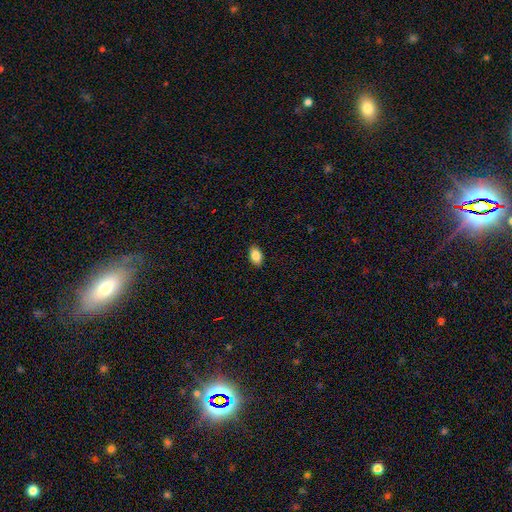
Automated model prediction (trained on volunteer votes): Morphology: type=smooth (87%); roundness=in between (89%); merging=none (89%).